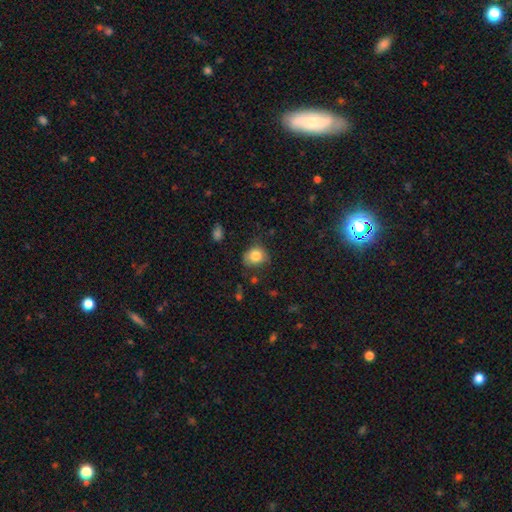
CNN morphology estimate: Smooth or featured: smooth — 82% (star or artifact — 10%)
How rounded: round — 65% (in between — 34%)
Merging: none — 65% (minor disturbance — 26%)